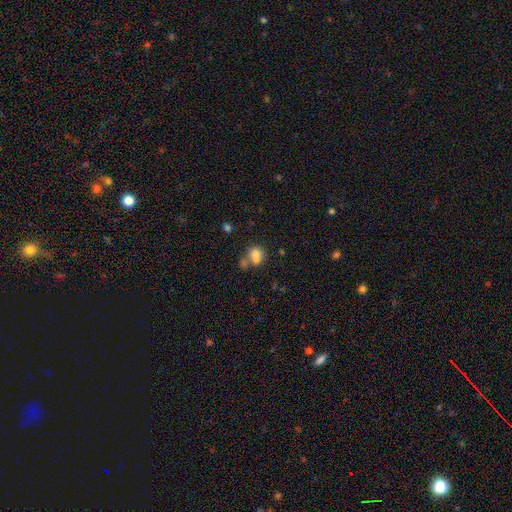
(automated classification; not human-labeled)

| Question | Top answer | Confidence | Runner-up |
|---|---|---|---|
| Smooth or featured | smooth | 77% | featured or disk (12%) |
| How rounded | round | 58% | in between (41%) |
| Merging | merger | 47% | none (35%) |